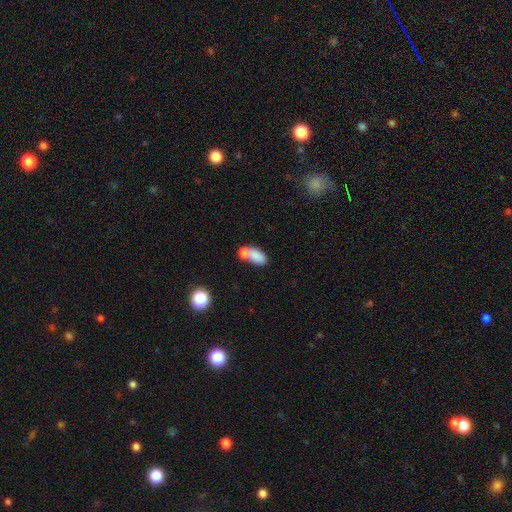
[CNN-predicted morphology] smooth_or_featured: smooth (p=0.79) [alt: featured or disk p=0.11]
how_rounded: in between (p=0.88) [alt: round p=0.08]
merging: merger (p=0.47) [alt: none p=0.35]